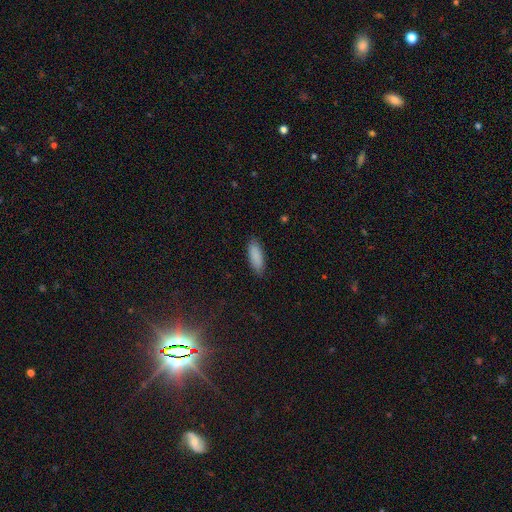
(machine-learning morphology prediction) smooth 89%, star or artifact 6%, featured or disk 5%. Down the decision tree: how rounded — in between (65%); merging — none (86%).